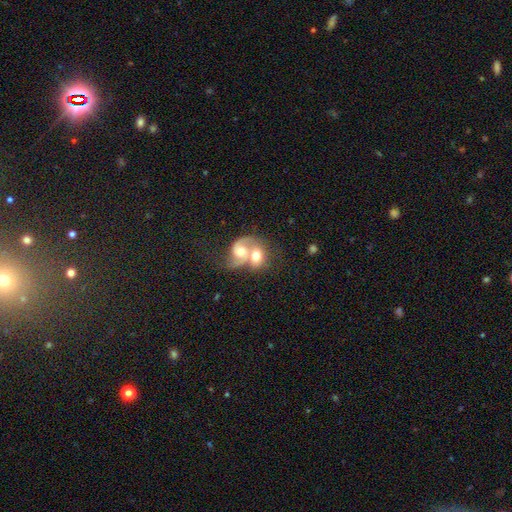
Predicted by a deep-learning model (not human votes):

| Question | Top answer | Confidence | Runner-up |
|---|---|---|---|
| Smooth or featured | featured or disk | 60% | smooth (33%) |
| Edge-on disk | no | 97% | yes (3%) |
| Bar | no | 66% | weak (27%) |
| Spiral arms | yes | 81% | no (19%) |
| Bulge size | moderate | 61% | large (18%) |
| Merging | merger | 78% | none (11%) |